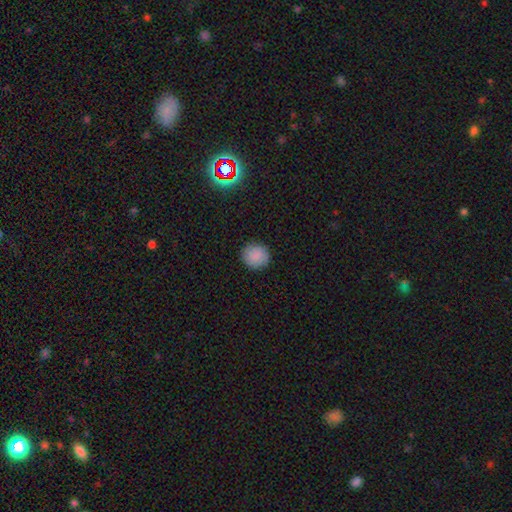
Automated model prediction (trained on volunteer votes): Smooth or featured?
  - smooth: 88% *
  - star or artifact: 8%
  - featured or disk: 4%
How rounded?
  - round: 89% *
  - in between: 10%
  - cigar-shaped: 1%
Merging?
  - none: 89% *
  - minor disturbance: 8%
  - major disturbance: 2%
  - merger: 1%